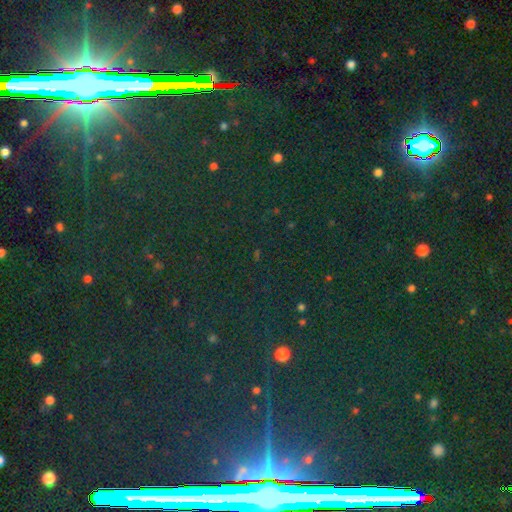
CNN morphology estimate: smooth_or_featured: star or artifact (p=0.82) [alt: smooth p=0.10]